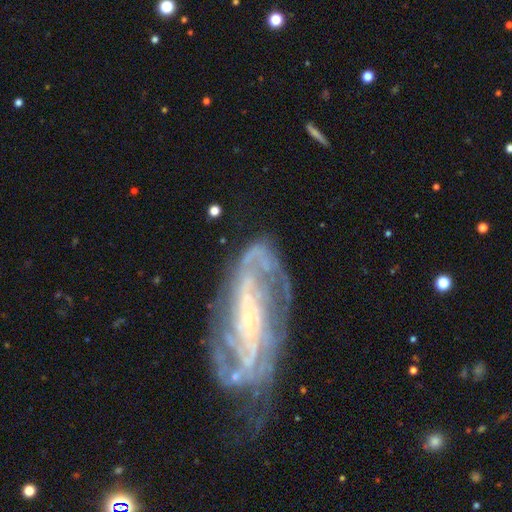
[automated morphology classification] smooth_or_featured: featured or disk (p=0.82) [alt: smooth p=0.10]
disk_edge_on: no (p=0.95) [alt: yes p=0.05]
bar: no (p=0.58) [alt: weak p=0.28]
has_spiral_arms: yes (p=0.86) [alt: no p=0.14]
spiral_winding: tight (p=0.39) [alt: medium p=0.38]
spiral_arm_count: 2 (p=0.37) [alt: can't tell p=0.27]
bulge_size: small (p=0.73) [alt: moderate p=0.18]
merging: none (p=0.50) [alt: major disturbance p=0.25]